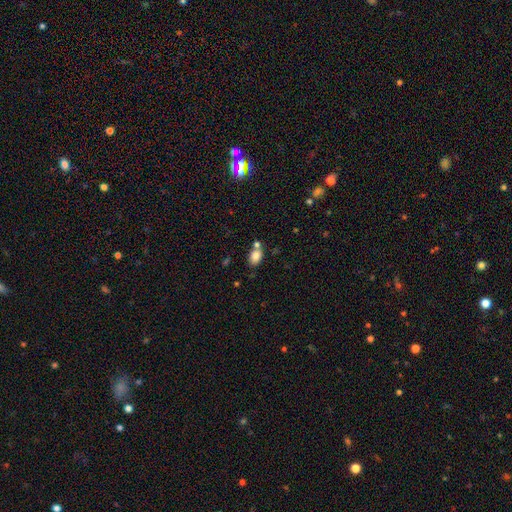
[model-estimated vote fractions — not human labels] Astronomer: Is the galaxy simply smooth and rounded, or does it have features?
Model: smooth — 82%.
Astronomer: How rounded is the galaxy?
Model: in between — 80%.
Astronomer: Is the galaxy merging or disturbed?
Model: none — 58%.